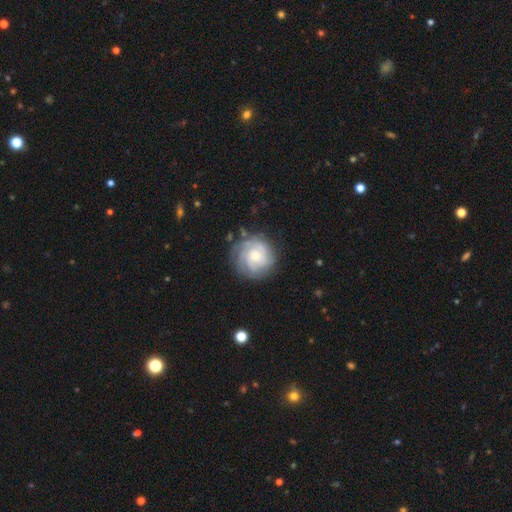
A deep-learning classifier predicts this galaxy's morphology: Overall: featured or disk (73%). Edge-on disk: no (98%). Bar: no (76%). Spiral arms: yes (93%). Spiral arm count: can't tell (35%; 3 23%). Spiral winding: tight (70%). Bulge size: small (46%, tied with moderate). Merging: none (78%).